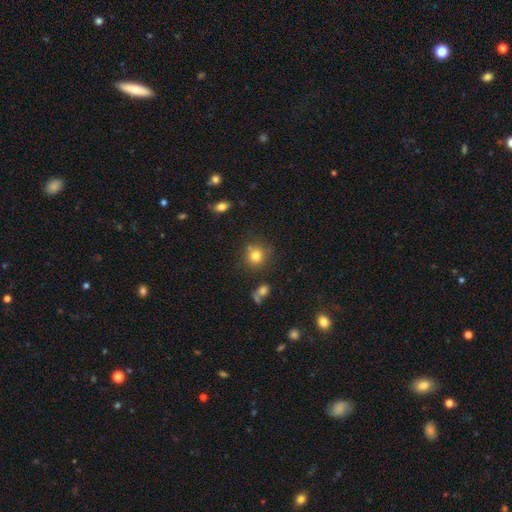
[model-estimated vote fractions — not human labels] Q: Smooth or featured?
A: smooth (79%); runner-up: star or artifact (13%)
Q: How rounded?
A: round (89%); runner-up: in between (10%)
Q: Merging?
A: none (77%); runner-up: minor disturbance (13%)